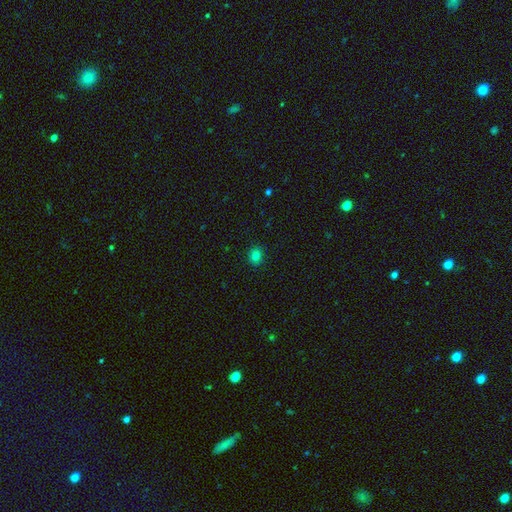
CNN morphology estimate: Overall: smooth (81%). How rounded: round (66%; in between 33%). Merging: none (91%).